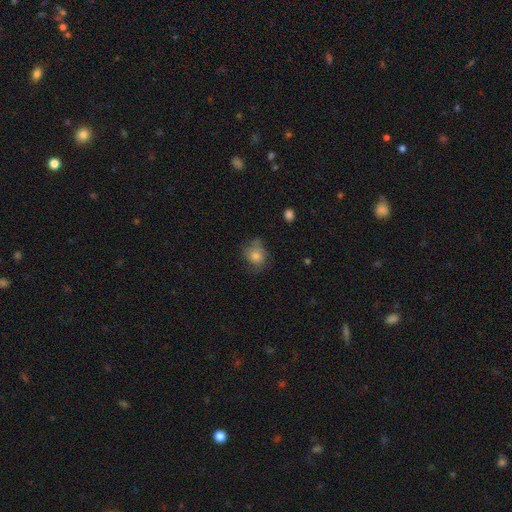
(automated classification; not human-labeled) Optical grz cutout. It shows a smooth galaxy with no disk features (72%) that is round (60%). Merging: none (54%).